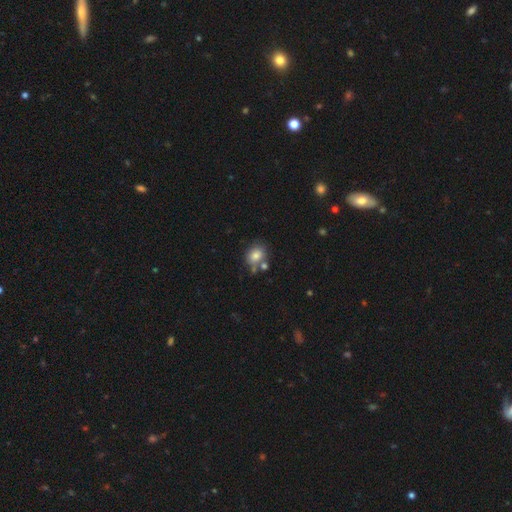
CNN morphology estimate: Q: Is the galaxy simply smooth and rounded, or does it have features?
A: smooth — 79%.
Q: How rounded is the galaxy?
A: round — 55%.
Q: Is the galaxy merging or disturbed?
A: none — 60%.